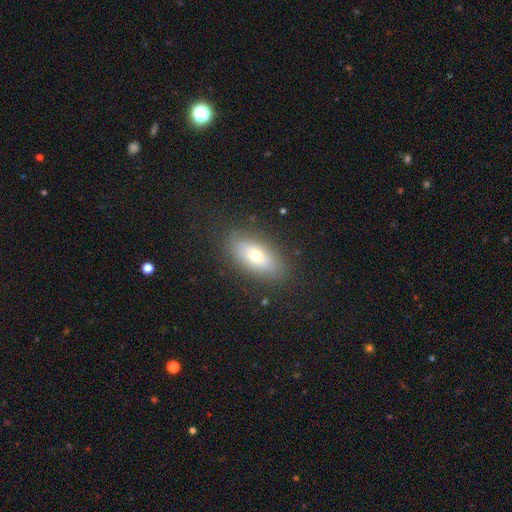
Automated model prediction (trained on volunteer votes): smooth 63%, featured or disk 28%, star or artifact 9%. Down the decision tree: how rounded — in between (84%); merging — none (83%).